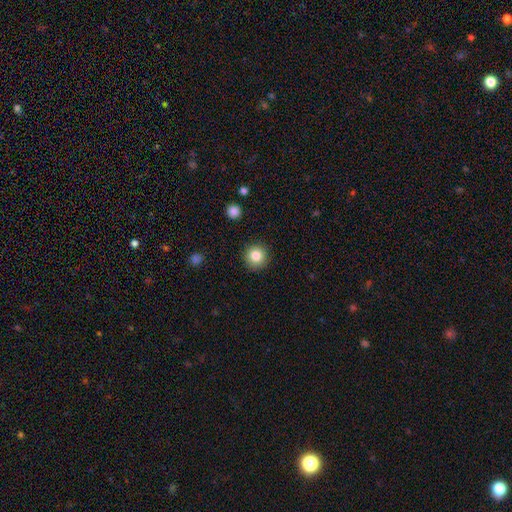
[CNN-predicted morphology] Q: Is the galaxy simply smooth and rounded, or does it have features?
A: smooth — 83%.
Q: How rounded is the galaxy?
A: round — 94%.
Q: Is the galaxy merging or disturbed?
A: none — 90%.